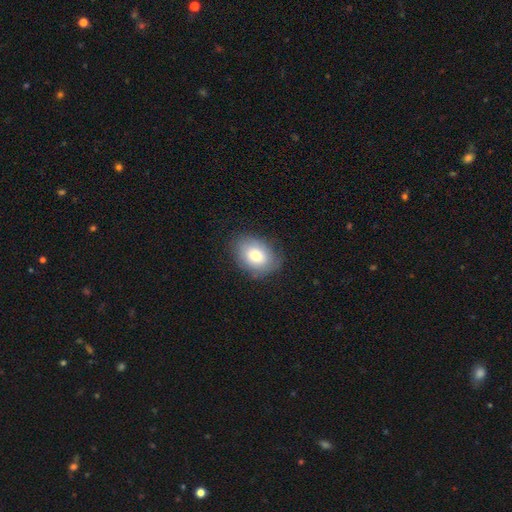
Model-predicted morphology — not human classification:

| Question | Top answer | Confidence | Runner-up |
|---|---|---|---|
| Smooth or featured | smooth | 77% | featured or disk (16%) |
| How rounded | in between | 72% | round (27%) |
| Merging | none | 76% | minor disturbance (18%) |